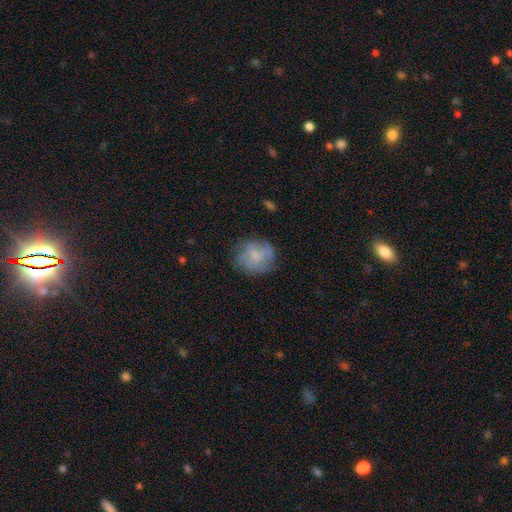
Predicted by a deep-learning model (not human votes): Smooth or featured?
  - smooth: 65% *
  - featured or disk: 26%
  - star or artifact: 9%
How rounded?
  - round: 77% *
  - in between: 22%
  - cigar-shaped: 1%
Merging?
  - none: 68% *
  - minor disturbance: 21%
  - major disturbance: 10%
  - merger: 2%